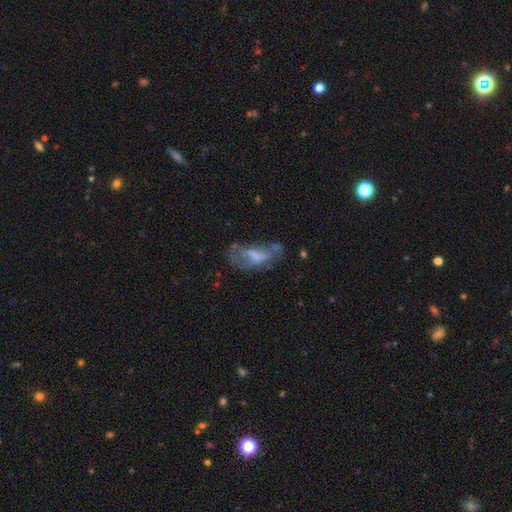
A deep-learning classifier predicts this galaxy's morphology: A featured or disk galaxy (49%).

Vote fractions:
- Smooth or featured? featured or disk: 49% / smooth: 39% / star or artifact: 11%
- Merging? none: 36% / major disturbance: 30% / minor disturbance: 26% / merger: 8%